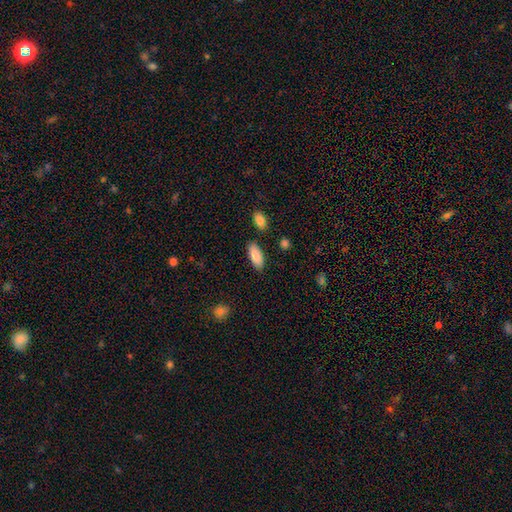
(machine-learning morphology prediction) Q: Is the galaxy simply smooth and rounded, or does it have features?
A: smooth — 88%.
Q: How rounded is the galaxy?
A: in between — 84%.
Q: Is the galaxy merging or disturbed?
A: none — 84%.